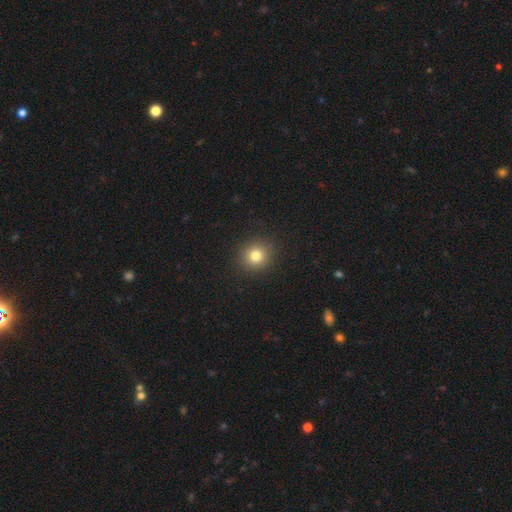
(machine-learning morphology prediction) The model was most divided on "smooth or featured": smooth: 80%, star or artifact: 13%, featured or disk: 7%. More confident: merging — none (91%); how rounded — round (89%).